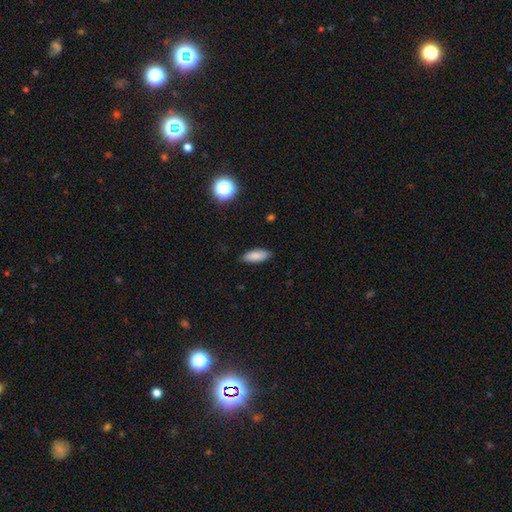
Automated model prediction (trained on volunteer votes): Q: Smooth or featured?
A: smooth (85%); runner-up: star or artifact (8%)
Q: How rounded?
A: in between (77%); runner-up: cigar-shaped (21%)
Q: Merging?
A: none (86%); runner-up: minor disturbance (11%)